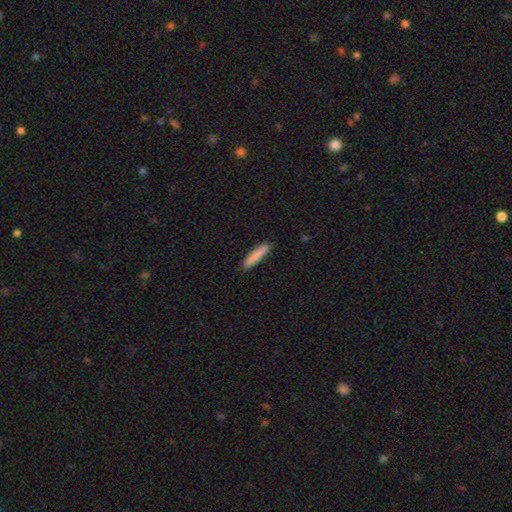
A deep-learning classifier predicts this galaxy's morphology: The model was most divided on "smooth or featured": smooth: 85%, featured or disk: 9%, star or artifact: 6%. More confident: how rounded — cigar-shaped (89%); merging — none (89%).